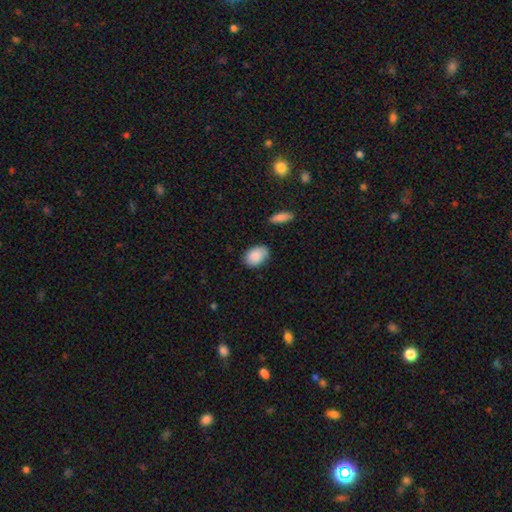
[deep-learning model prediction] Q: Smooth or featured?
A: smooth (88%); runner-up: star or artifact (7%)
Q: How rounded?
A: in between (82%); runner-up: round (17%)
Q: Merging?
A: none (77%); runner-up: minor disturbance (17%)